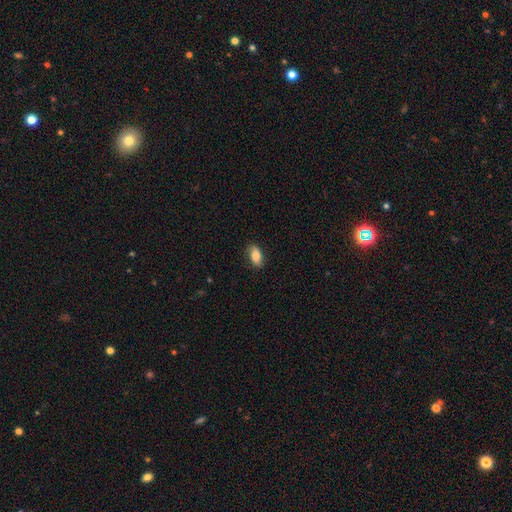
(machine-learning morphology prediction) smooth_or_featured: smooth (p=0.75) [alt: featured or disk p=0.18]
how_rounded: in between (p=0.89) [alt: cigar-shaped p=0.06]
merging: none (p=0.82) [alt: minor disturbance p=0.14]